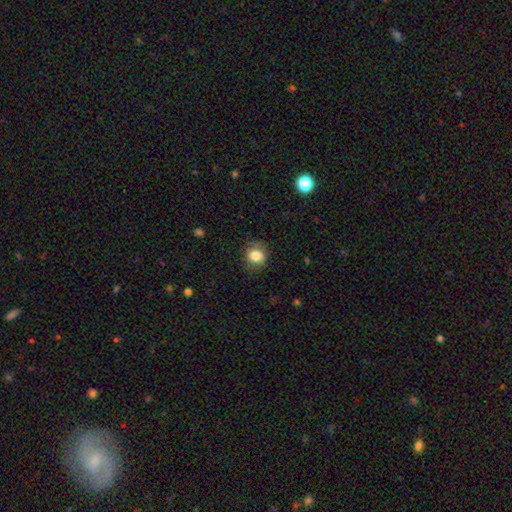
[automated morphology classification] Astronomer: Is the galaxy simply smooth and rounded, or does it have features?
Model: smooth — 83%.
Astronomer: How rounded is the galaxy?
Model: round — 74%.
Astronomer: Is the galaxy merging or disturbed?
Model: none — 75%.